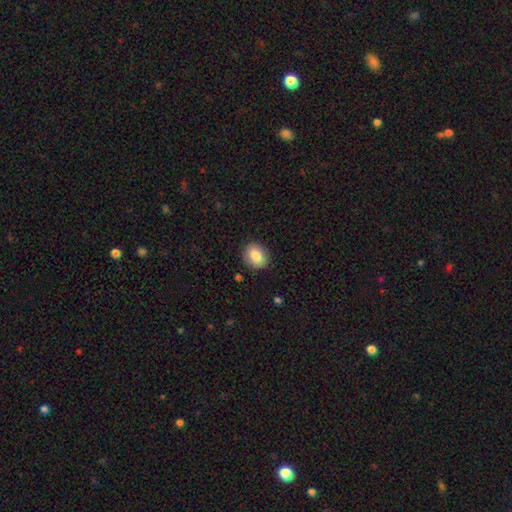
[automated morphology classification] Smooth or featured?
  - smooth: 85% *
  - star or artifact: 8%
  - featured or disk: 7%
How rounded?
  - round: 51% *
  - in between: 48%
  - cigar-shaped: 1%
Merging?
  - none: 89% *
  - minor disturbance: 8%
  - major disturbance: 2%
  - merger: 1%